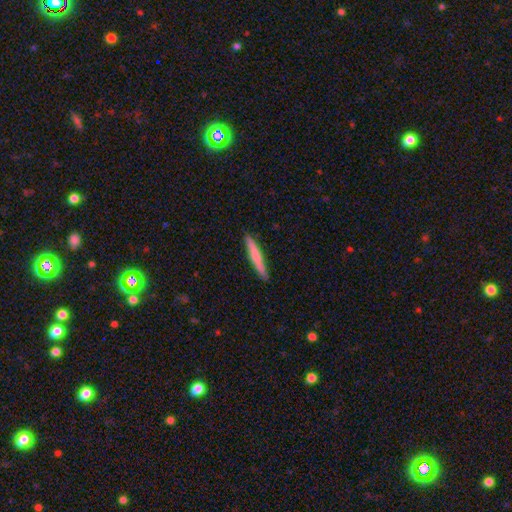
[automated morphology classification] Smooth or featured? Predicted: smooth (p=0.68). How rounded? Predicted: cigar-shaped (p=0.96). Merging? Predicted: none (p=0.89).